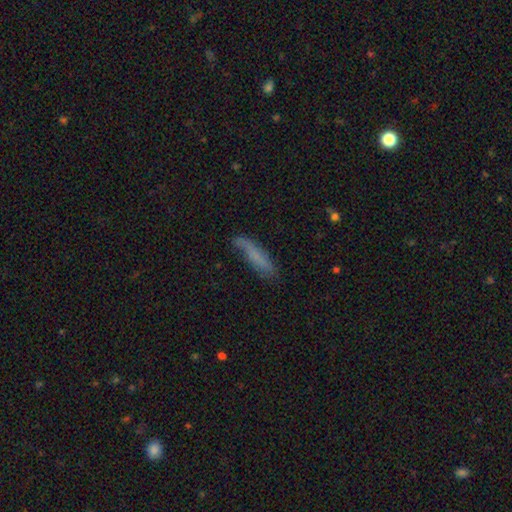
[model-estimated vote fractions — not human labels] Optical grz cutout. It shows a smooth galaxy with no disk features (65%) that is cigar-shaped (79%). Merging: none (60%).